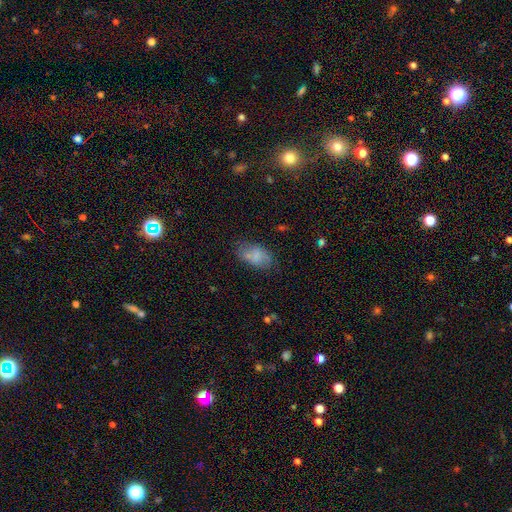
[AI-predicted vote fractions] Smooth or featured? Predicted: smooth (p=0.69). How rounded? Predicted: in between (p=0.92). Merging? Predicted: none (p=0.60).